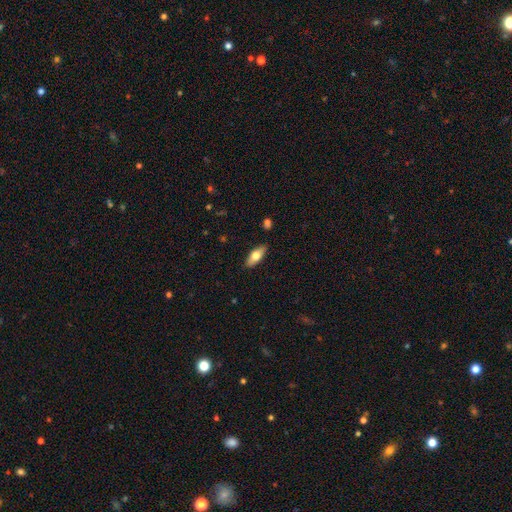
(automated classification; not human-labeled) smooth 67%, featured or disk 27%, star or artifact 6%. Down the decision tree: how rounded — in between (76%); merging — none (87%).